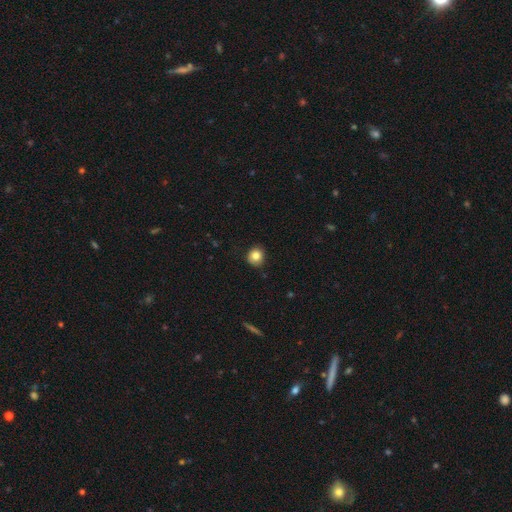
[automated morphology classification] smooth 83%, star or artifact 10%, featured or disk 7%. Down the decision tree: how rounded — round (86%); merging — none (87%).